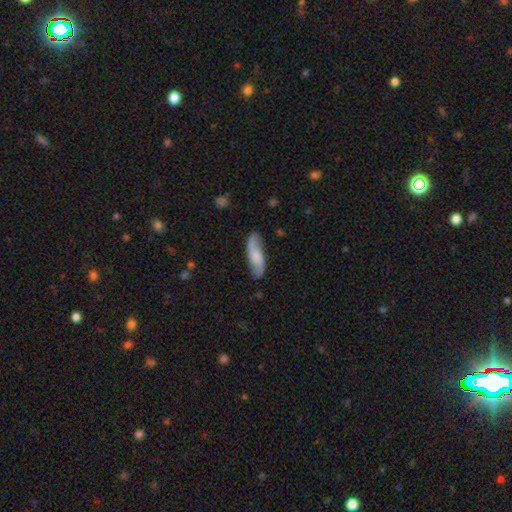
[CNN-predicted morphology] Smooth or featured? smooth (57%)
How rounded? cigar-shaped (49%, tied with in between)
Merging? none (79%)